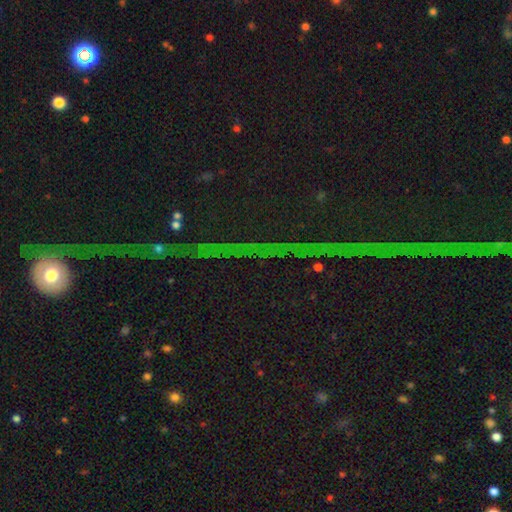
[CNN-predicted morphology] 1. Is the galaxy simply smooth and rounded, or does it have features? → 80% star or artifact, 12% featured or disk, 8% smooth.